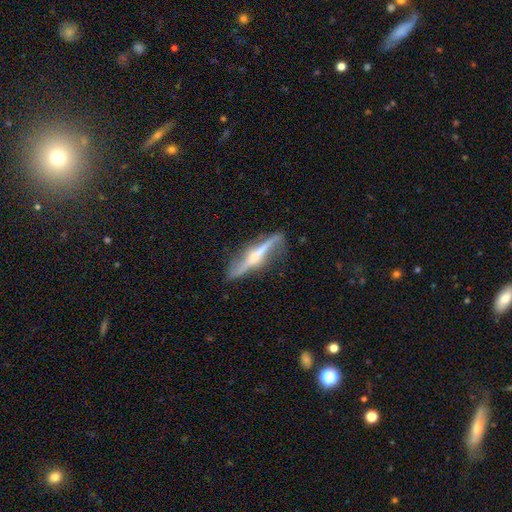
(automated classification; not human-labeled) A featured or disk galaxy (76%) viewed edge-on (83%) with a rounded central bulge (73%).

Vote fractions:
- Smooth or featured? featured or disk: 76% / smooth: 19% / star or artifact: 6%
- Edge-on disk? yes: 83% / no: 17%
- Edge-on bulge? rounded: 73% / none: 17% / boxy: 10%
- Merging? none: 74% / minor disturbance: 18% / major disturbance: 6% / merger: 2%